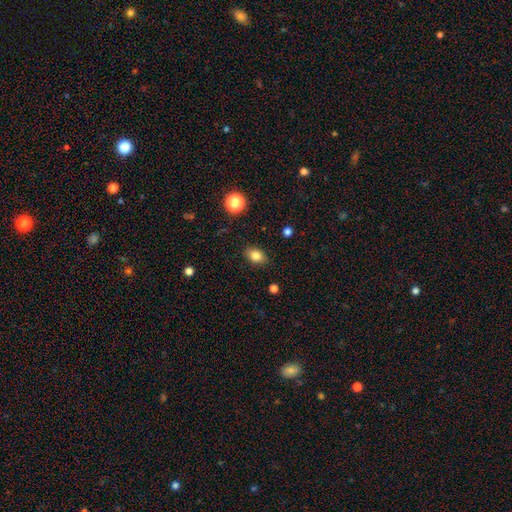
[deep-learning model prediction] Smooth or featured? smooth (83%)
How rounded? in between (76%)
Merging? none (86%)